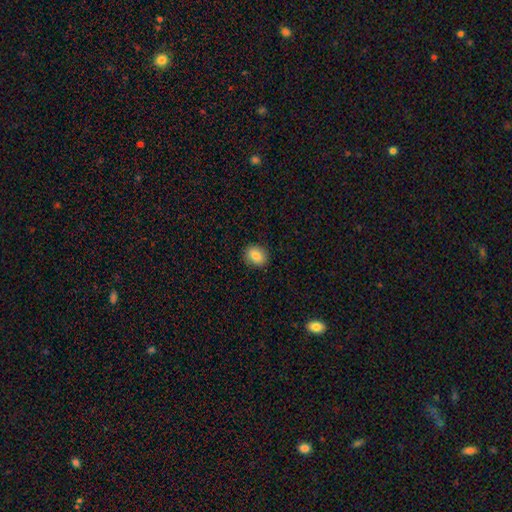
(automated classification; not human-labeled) Morphology: type=smooth (84%); roundness=round (57%); merging=none (88%).